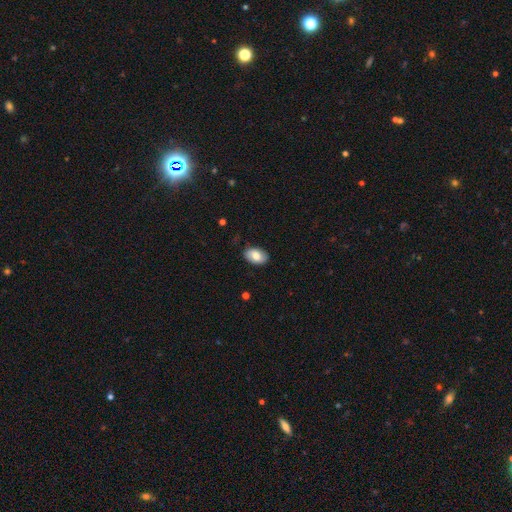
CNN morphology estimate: The model was most divided on "smooth or featured": smooth: 77%, featured or disk: 17%, star or artifact: 7%. More confident: how rounded — in between (91%); merging — none (85%).